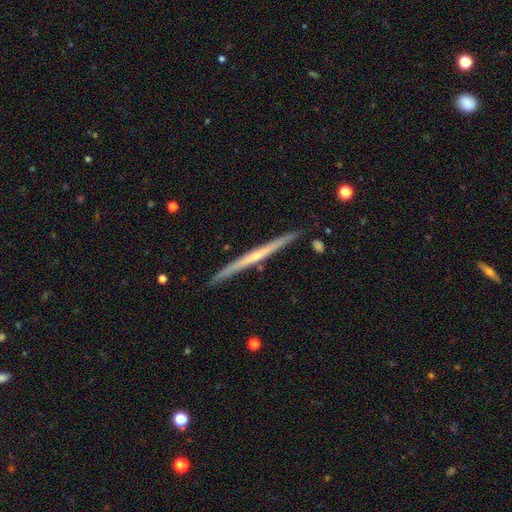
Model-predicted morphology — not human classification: The model was most divided on "edge-on bulge": none: 49%, rounded: 46%, boxy: 6%. More confident: edge-on disk — yes (98%); merging — none (90%); smooth or featured — featured or disk (74%).